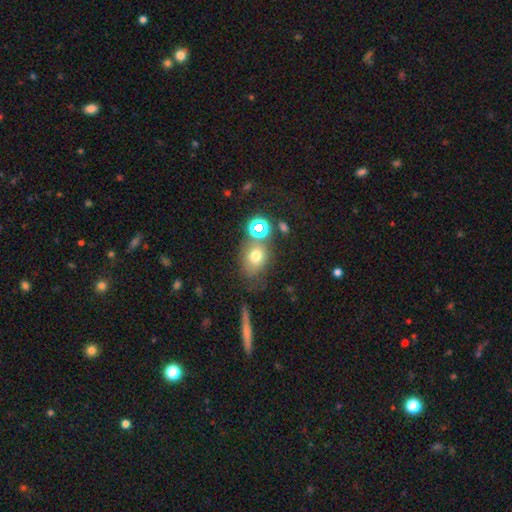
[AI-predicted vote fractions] smooth_or_featured: smooth (p=0.69) [alt: star or artifact p=0.18]
how_rounded: round (p=0.51) [alt: in between p=0.48]
merging: none (p=0.55) [alt: merger p=0.20]